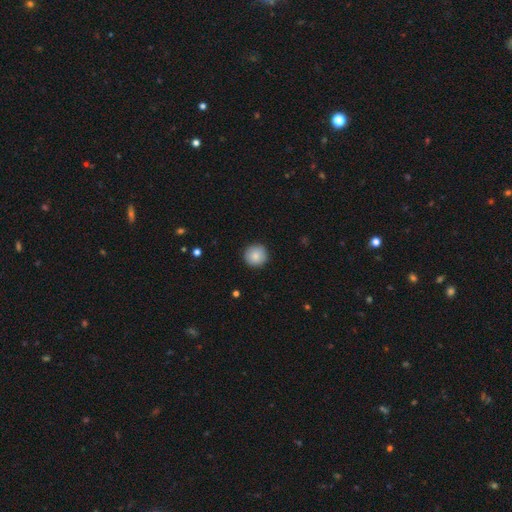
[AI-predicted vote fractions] Q: Smooth or featured?
A: smooth (86%); runner-up: star or artifact (8%)
Q: How rounded?
A: round (95%); runner-up: in between (4%)
Q: Merging?
A: none (91%); runner-up: minor disturbance (6%)